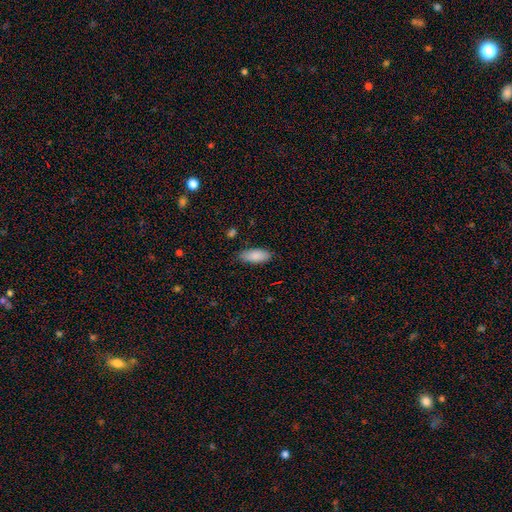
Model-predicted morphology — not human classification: Smooth or featured? smooth (87%)
How rounded? in between (82%)
Merging? none (82%)